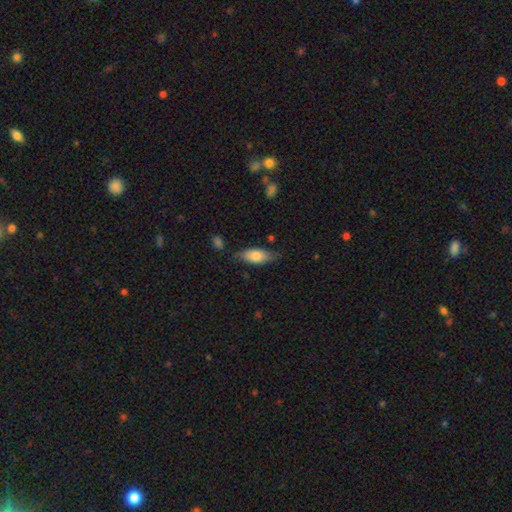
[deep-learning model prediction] Smooth or featured? smooth (76%)
How rounded? in between (81%)
Merging? none (69%)